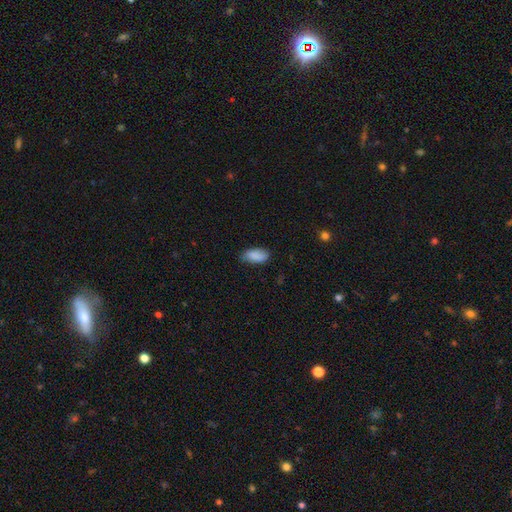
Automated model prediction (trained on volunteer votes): A smooth galaxy with no disk features (87%) that is in between round and cigar-shaped (92%). Merging: none (73%).